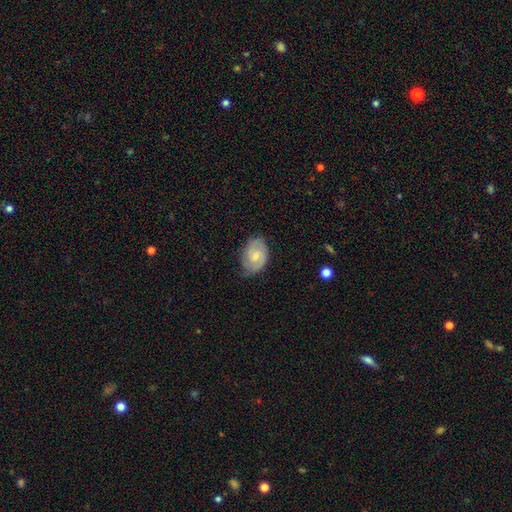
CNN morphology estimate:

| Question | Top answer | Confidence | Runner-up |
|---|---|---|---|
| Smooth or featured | featured or disk | 58% | smooth (36%) |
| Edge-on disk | no | 97% | yes (3%) |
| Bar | weak | 49% | no (44%) |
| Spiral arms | yes | 88% | no (12%) |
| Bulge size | small | 48% | moderate (42%) |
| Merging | none | 68% | minor disturbance (25%) |